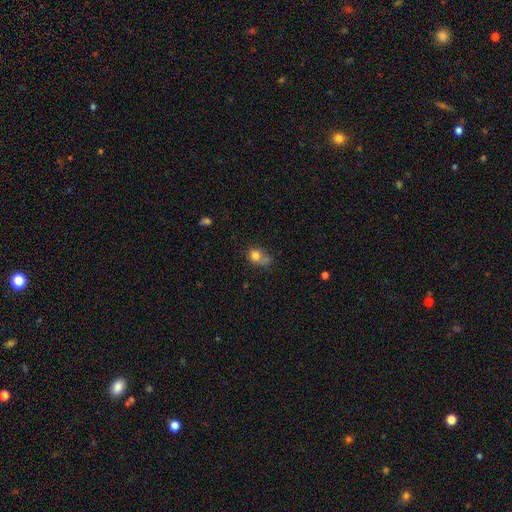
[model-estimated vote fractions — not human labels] smooth_or_featured: smooth (p=0.78) [alt: star or artifact p=0.12]
how_rounded: round (p=0.71) [alt: in between p=0.28]
merging: none (p=0.40) [alt: merger p=0.30]